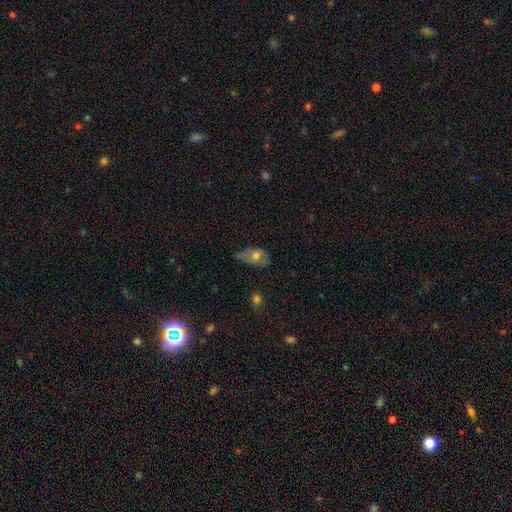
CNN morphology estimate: Overall: smooth (64%; featured or disk 26%). How rounded: in between (85%). Merging: minor disturbance (41%; none 31%).